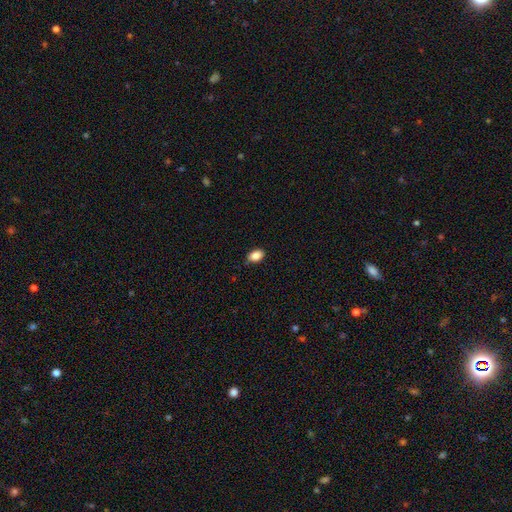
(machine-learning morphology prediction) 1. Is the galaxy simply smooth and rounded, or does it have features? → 88% smooth, 8% star or artifact, 4% featured or disk.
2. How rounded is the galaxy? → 88% in between, 11% round, 2% cigar-shaped.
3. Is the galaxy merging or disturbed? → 83% none, 14% minor disturbance, 2% major disturbance, 1% merger.